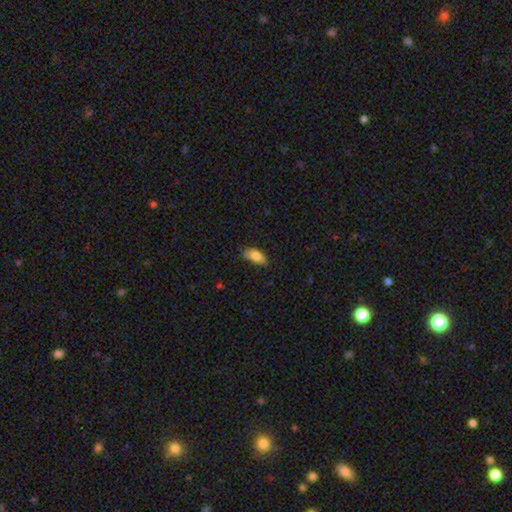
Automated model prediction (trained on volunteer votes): smooth-or-featured: smooth: 81% | featured or disk: 11% | star or artifact: 8%
  how-rounded: in between: 85% | cigar-shaped: 12% | round: 3%
  merging: none: 59% | minor disturbance: 32% | major disturbance: 7% | merger: 2%